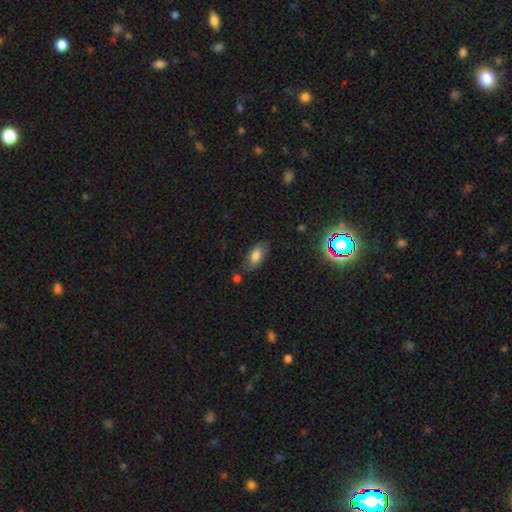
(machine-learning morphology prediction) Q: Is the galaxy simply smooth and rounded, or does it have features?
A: smooth — 75%.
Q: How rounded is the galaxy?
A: in between — 90%.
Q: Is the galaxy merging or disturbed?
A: none — 75%.